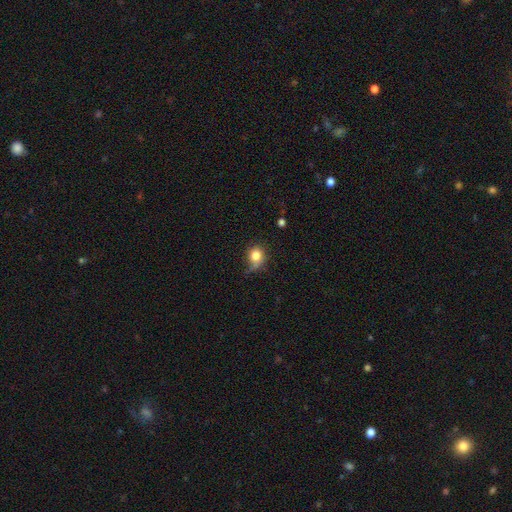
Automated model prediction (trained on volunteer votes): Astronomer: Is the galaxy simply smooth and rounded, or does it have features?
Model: smooth — 77%.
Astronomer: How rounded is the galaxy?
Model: round — 69%.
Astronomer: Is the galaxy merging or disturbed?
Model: none — 42% (runner-up: minor disturbance, 32%).